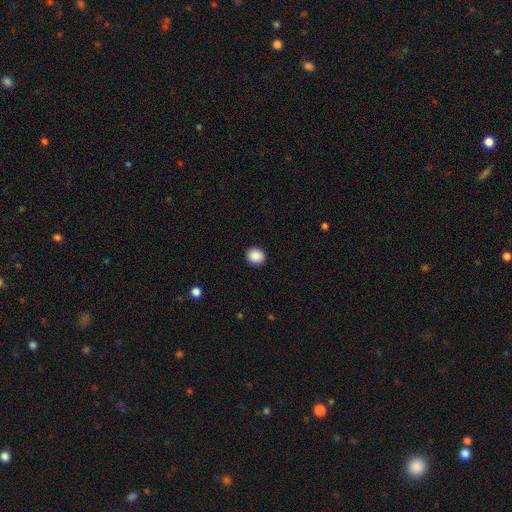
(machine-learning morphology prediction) This is clearly a smooth galaxy (89%). How rounded: clearly round (82%). Merging: clearly none (92%).